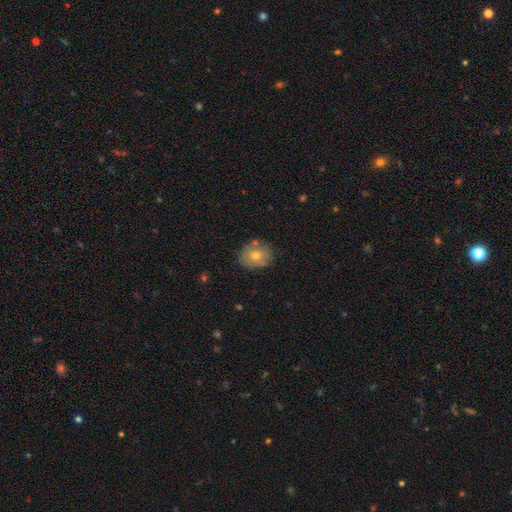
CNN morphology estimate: A smooth galaxy with no disk features (72%) that is round (63%). Merging: none (77%).